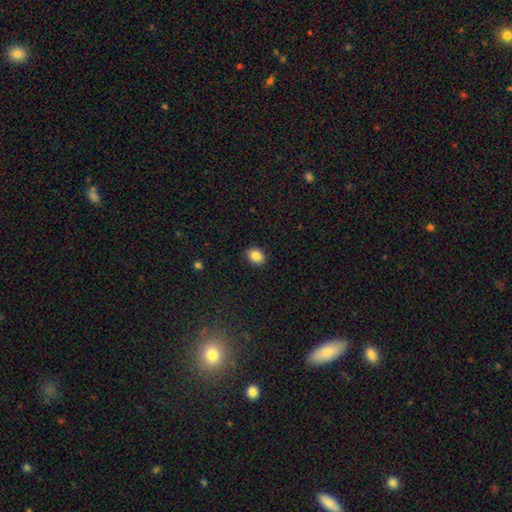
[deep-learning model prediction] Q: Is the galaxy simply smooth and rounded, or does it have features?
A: smooth — 86%.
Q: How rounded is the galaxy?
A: in between — 61%.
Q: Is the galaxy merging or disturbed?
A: none — 90%.